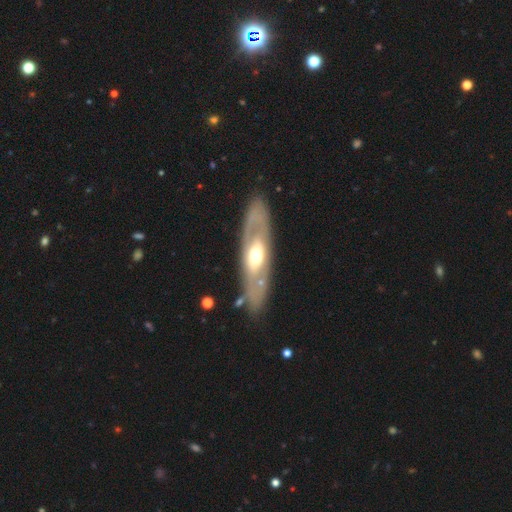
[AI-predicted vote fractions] Morphology: type=featured or disk (66%); edge-on=no (69%); merging=none (81%).